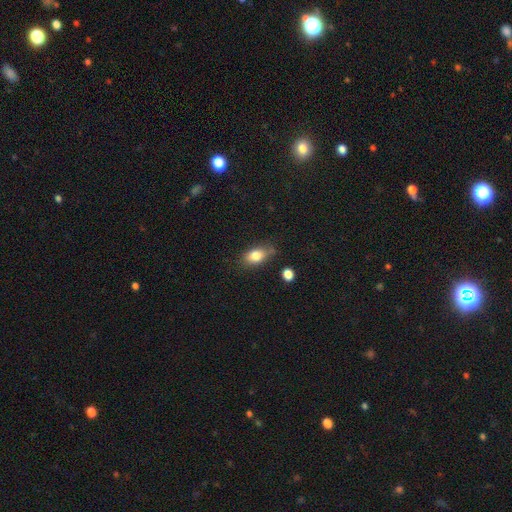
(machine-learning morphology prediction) type=smooth (81%); roundness=in between (85%); merging=none (67%).